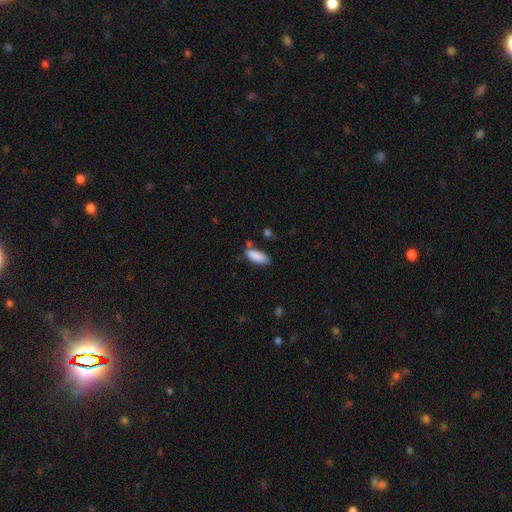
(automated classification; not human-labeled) Smooth or featured?
  - smooth: 88% *
  - star or artifact: 7%
  - featured or disk: 5%
How rounded?
  - in between: 78% *
  - cigar-shaped: 20%
  - round: 2%
Merging?
  - none: 64% *
  - minor disturbance: 22%
  - merger: 9%
  - major disturbance: 5%